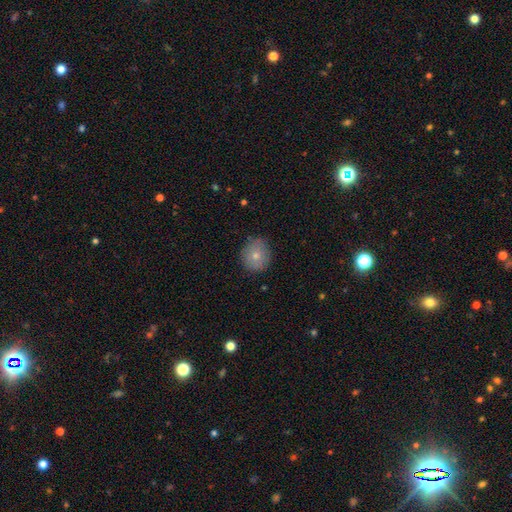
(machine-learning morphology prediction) A smooth galaxy with no disk features (77%) that is round (87%). Merging: none (85%).